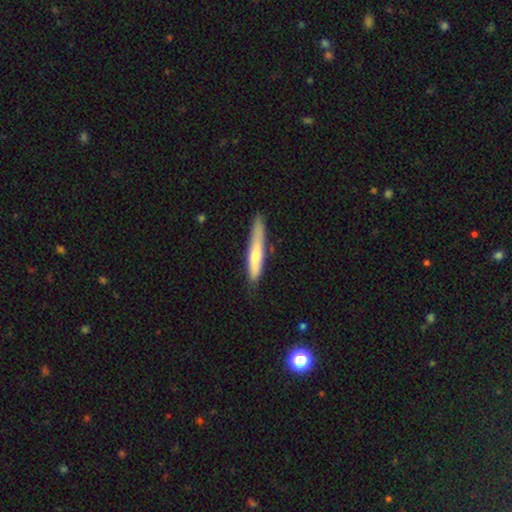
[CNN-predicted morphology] This appears to be a smooth galaxy with no disk features (63%) that is cigar-shaped (90%). Merging: none (73%).